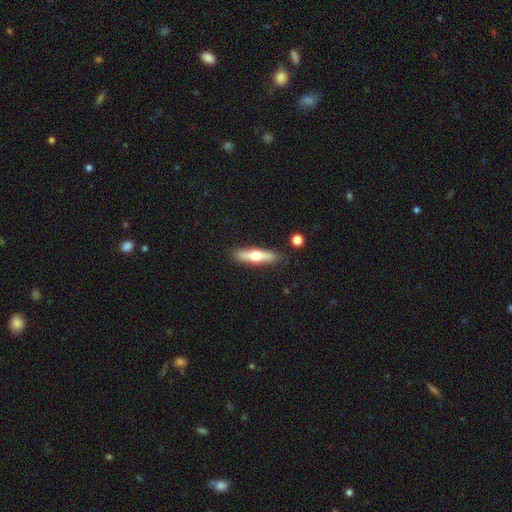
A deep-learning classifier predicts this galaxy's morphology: A smooth galaxy with no disk features (54%) that is cigar-shaped (76%). Merging: none (86%).